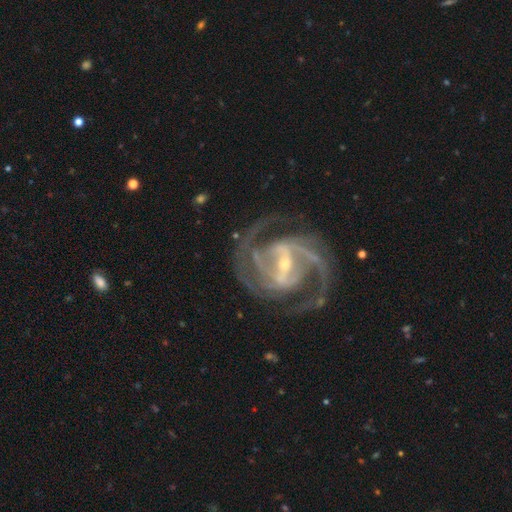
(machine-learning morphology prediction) This is clearly a featured or disk galaxy (93%). It is clearly not viewed edge-on (97%). Bar: likely strong (68%). Spiral arm pattern: clearly yes (98%). Spiral arm count: likely 2 (69%). Spiral winding: possibly medium (54%). Central bulge: likely small (64%). Merging: likely none (77%).